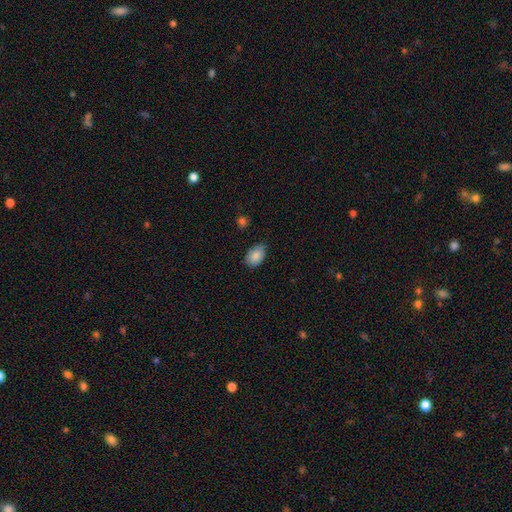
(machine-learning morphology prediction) type=smooth (85%); roundness=in between (87%); merging=none (78%).